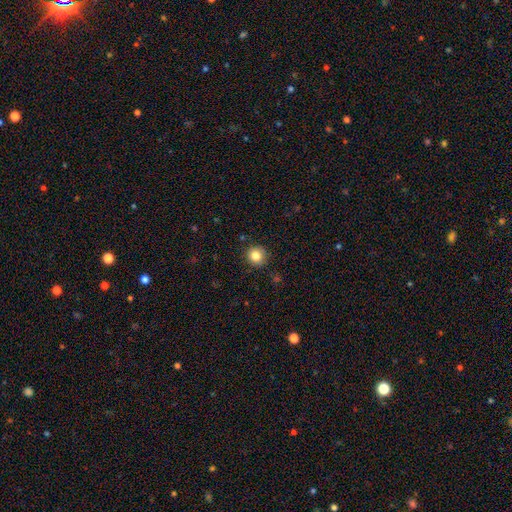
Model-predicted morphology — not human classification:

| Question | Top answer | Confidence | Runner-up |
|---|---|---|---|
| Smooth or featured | smooth | 83% | star or artifact (11%) |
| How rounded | round | 91% | in between (8%) |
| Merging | none | 88% | minor disturbance (8%) |